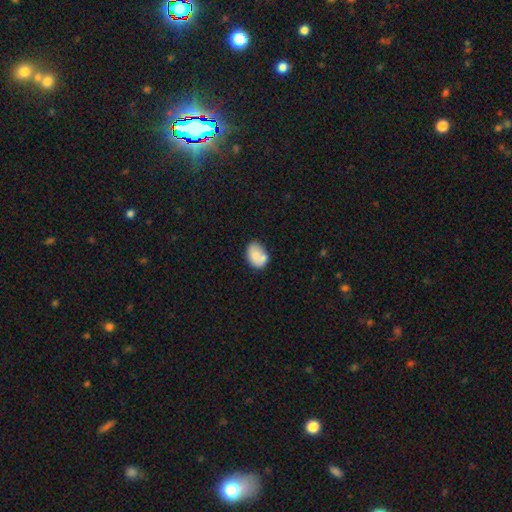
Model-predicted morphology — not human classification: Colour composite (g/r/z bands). It shows a smooth galaxy with no disk features (79%) that is in between round and cigar-shaped (77%). Merging: none (54%).